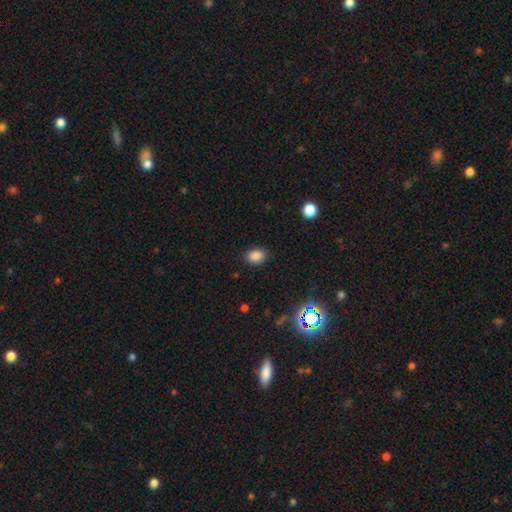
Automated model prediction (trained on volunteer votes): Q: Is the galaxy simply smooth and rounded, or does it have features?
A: smooth — 84%.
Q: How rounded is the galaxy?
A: in between — 69%.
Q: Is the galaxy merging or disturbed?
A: none — 86%.